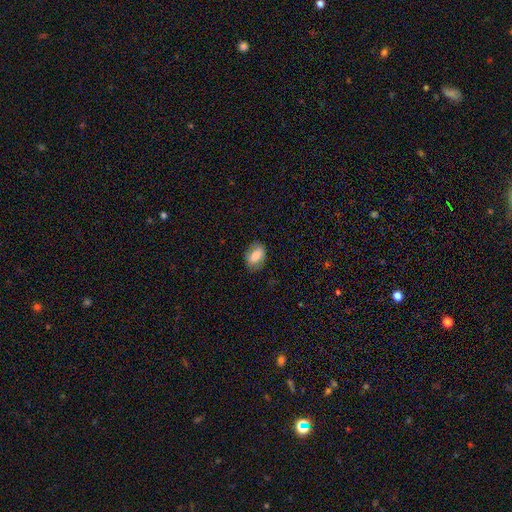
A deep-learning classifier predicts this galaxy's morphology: type=smooth (77%); roundness=in between (82%); merging=none (77%).